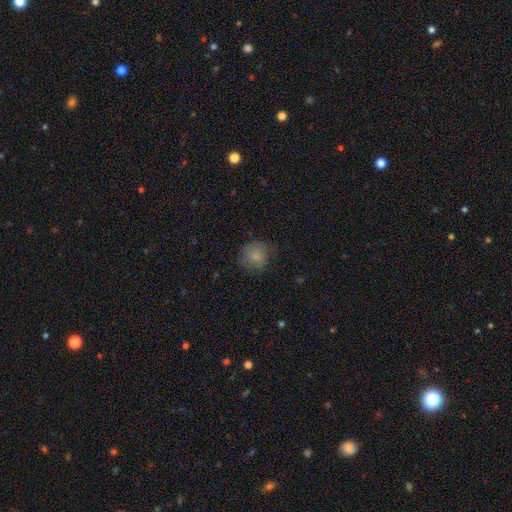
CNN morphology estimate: This appears to be a smooth galaxy with no disk features (82%) that is round (89%). Merging: none (75%).